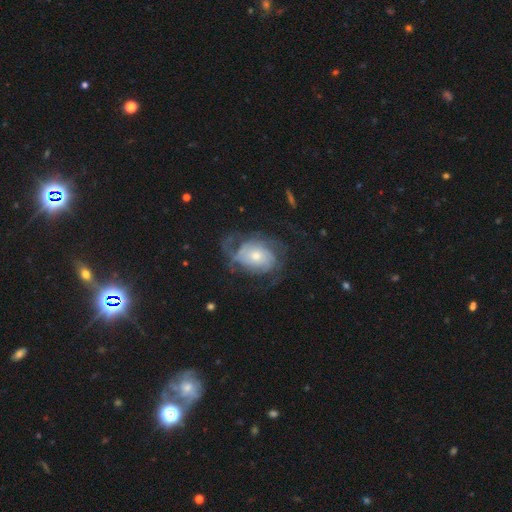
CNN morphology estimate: Overall: featured or disk (77%). Edge-on disk: no (97%). Bar: no (77%). Spiral arms: yes (87%). Spiral arm count: can't tell (38%; 2 24%). Spiral winding: tight (47%; medium 34%). Bulge size: moderate (47%; small 43%). Merging: none (55%; major disturbance 24%).